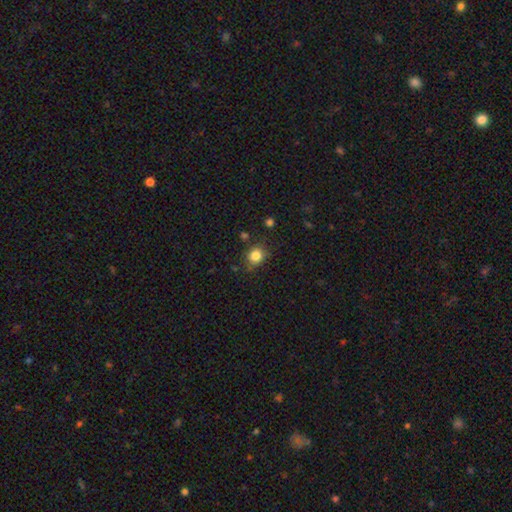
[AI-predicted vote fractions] Smooth or featured?
  - smooth: 83% *
  - star or artifact: 11%
  - featured or disk: 6%
How rounded?
  - round: 75% *
  - in between: 25%
  - cigar-shaped: 1%
Merging?
  - none: 78% *
  - minor disturbance: 14%
  - major disturbance: 4%
  - merger: 3%